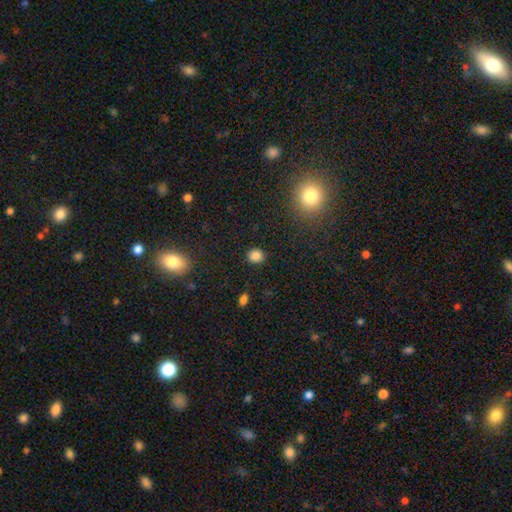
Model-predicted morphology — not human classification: Overall: smooth (83%). How rounded: round (81%). Merging: none (89%).